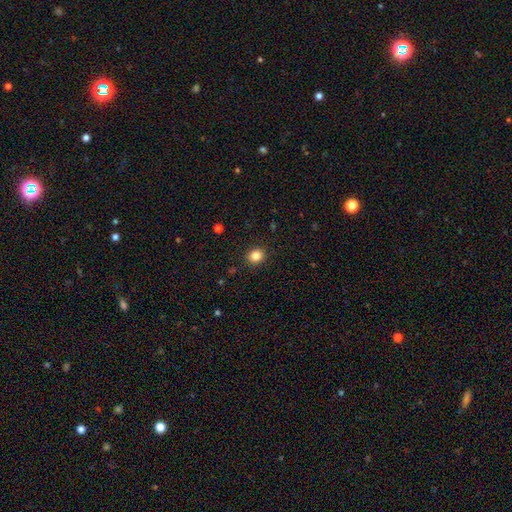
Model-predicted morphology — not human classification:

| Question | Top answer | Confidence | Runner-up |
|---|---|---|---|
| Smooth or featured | smooth | 84% | star or artifact (11%) |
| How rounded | round | 76% | in between (23%) |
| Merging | none | 91% | minor disturbance (6%) |